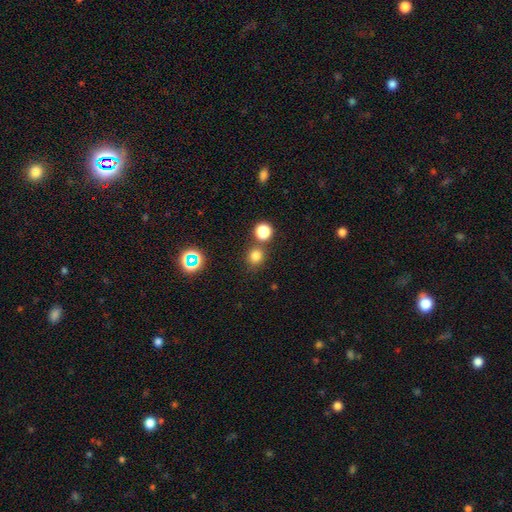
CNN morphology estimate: smooth-or-featured: smooth: 76% | star or artifact: 18% | featured or disk: 6%
  how-rounded: round: 84% | in between: 15% | cigar-shaped: 1%
  merging: none: 71% | merger: 17% | minor disturbance: 8% | major disturbance: 3%